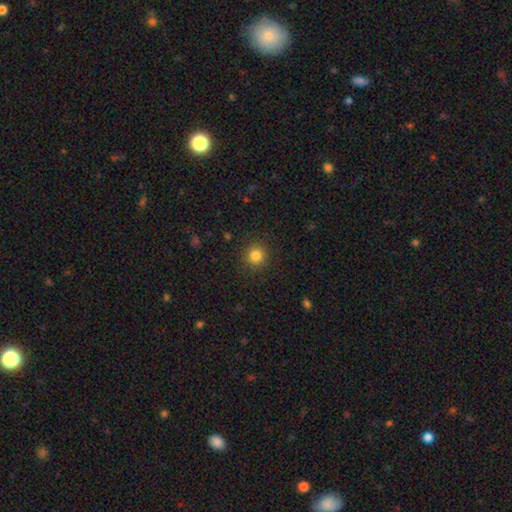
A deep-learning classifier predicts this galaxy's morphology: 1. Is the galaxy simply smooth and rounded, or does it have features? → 83% smooth, 12% star or artifact, 5% featured or disk.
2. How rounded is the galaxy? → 93% round, 6% in between, 1% cigar-shaped.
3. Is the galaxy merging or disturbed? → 90% none, 6% minor disturbance, 2% major disturbance, 1% merger.